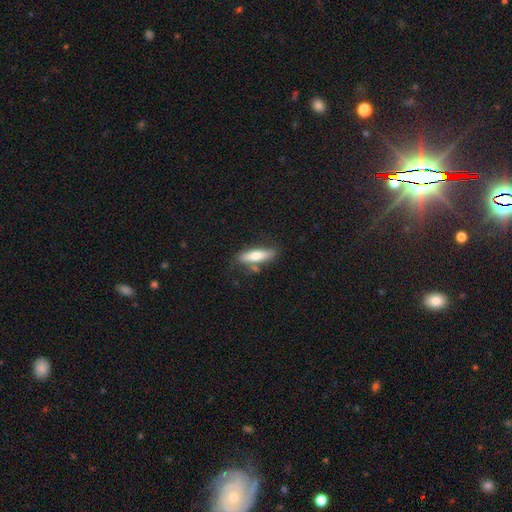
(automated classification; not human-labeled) Smooth or featured?
  - smooth: 70% *
  - featured or disk: 24%
  - star or artifact: 6%
How rounded?
  - cigar-shaped: 59% *
  - in between: 39%
  - round: 2%
Merging?
  - none: 69% *
  - minor disturbance: 19%
  - merger: 7%
  - major disturbance: 5%